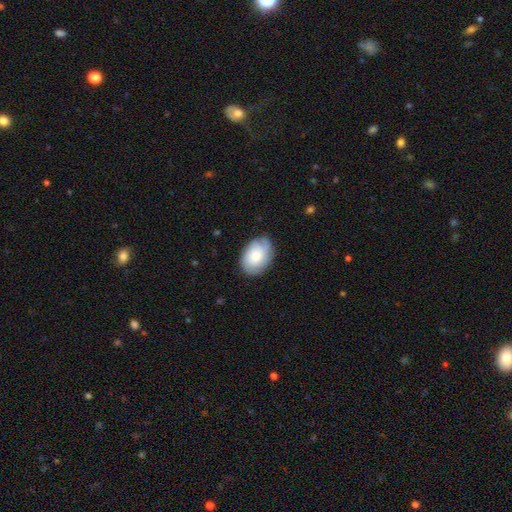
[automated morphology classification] This is likely a smooth galaxy (61%). How rounded: clearly in between (83%). Merging: likely none (79%).